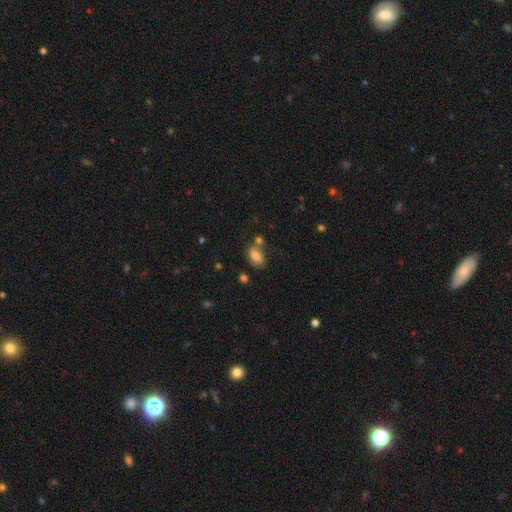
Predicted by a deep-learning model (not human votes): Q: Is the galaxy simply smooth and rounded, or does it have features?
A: smooth — 76%.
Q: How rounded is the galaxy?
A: in between — 87%.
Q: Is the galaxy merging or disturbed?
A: none — 59%.